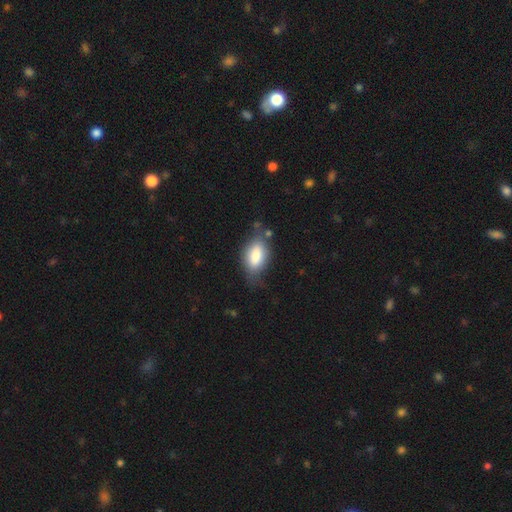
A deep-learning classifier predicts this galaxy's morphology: smooth_or_featured: smooth (p=0.80) [alt: featured or disk p=0.14]
how_rounded: in between (p=0.90) [alt: cigar-shaped p=0.05]
merging: none (p=0.59) [alt: minor disturbance p=0.27]